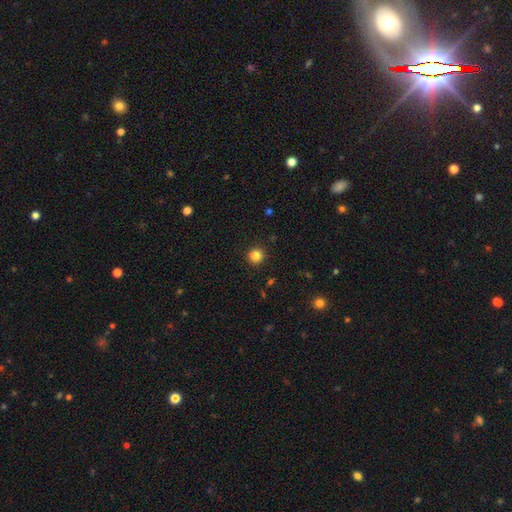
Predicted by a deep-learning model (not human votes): This is clearly a smooth galaxy (84%). How rounded: clearly round (93%). Merging: clearly none (91%).